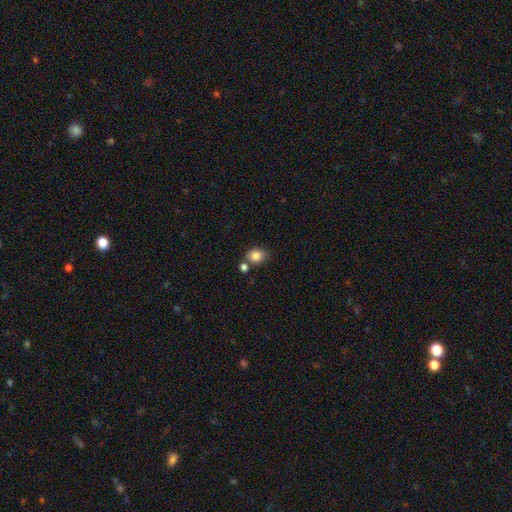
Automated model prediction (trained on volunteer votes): Smooth or featured: smooth — 85% (star or artifact — 10%)
How rounded: round — 58% (in between — 41%)
Merging: none — 70% (merger — 15%)